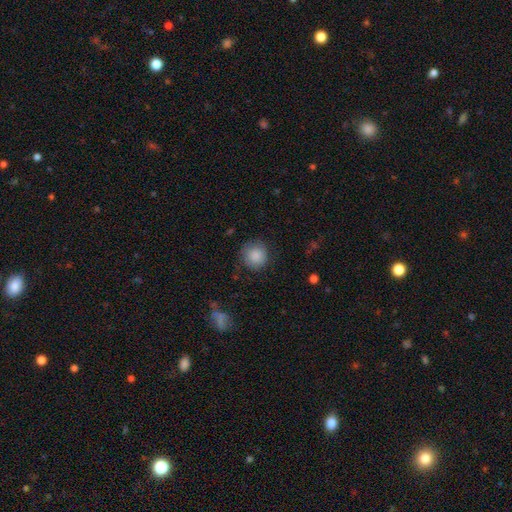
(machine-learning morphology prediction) Q: Smooth or featured?
A: smooth (87%); runner-up: star or artifact (8%)
Q: How rounded?
A: round (92%); runner-up: in between (7%)
Q: Merging?
A: none (82%); runner-up: minor disturbance (13%)